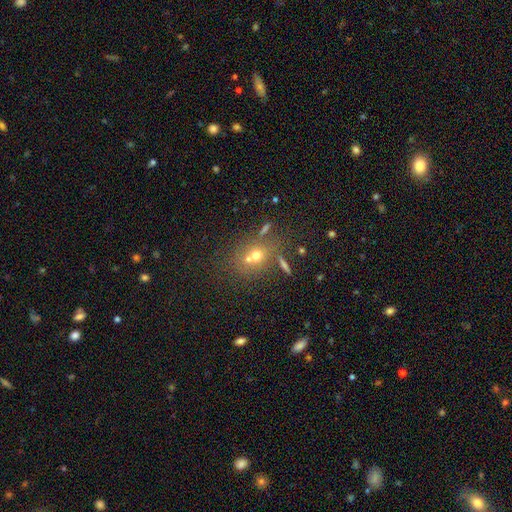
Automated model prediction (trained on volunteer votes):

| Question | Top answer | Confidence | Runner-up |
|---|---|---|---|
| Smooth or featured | smooth | 58% | featured or disk (21%) |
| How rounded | round | 63% | in between (35%) |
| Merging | none | 50% | merger (33%) |